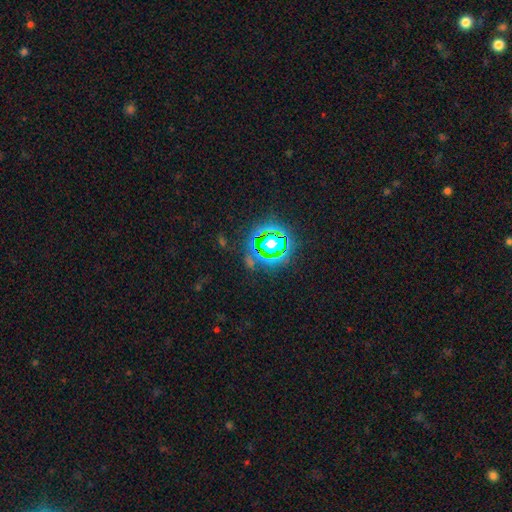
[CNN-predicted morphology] Q: Smooth or featured?
A: star or artifact (81%); runner-up: smooth (13%)